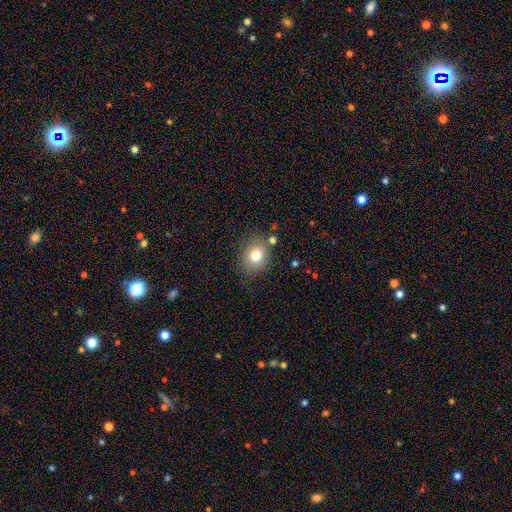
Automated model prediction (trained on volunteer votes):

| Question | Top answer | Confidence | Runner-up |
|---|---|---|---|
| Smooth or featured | smooth | 78% | star or artifact (11%) |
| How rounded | round | 59% | in between (41%) |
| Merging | none | 77% | minor disturbance (14%) |